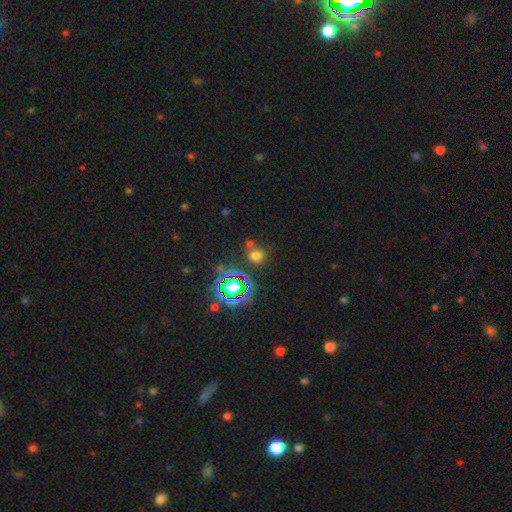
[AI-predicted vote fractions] Smooth or featured? smooth (59%)
How rounded? round (86%)
Merging? none (72%)